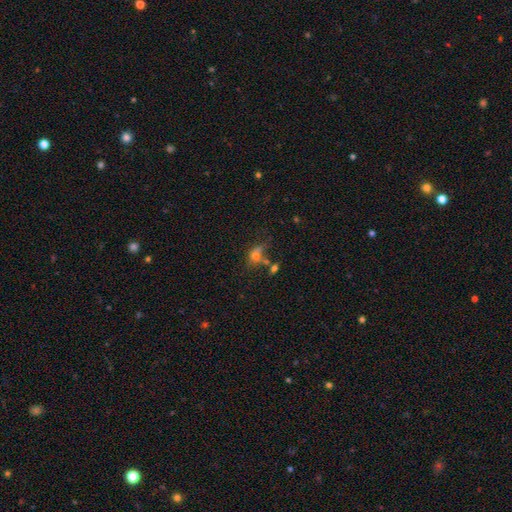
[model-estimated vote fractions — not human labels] A smooth galaxy with no disk features (62%) that is in between round and cigar-shaped (57%).

Vote fractions:
- Smooth or featured? smooth: 62% / featured or disk: 21% / star or artifact: 18%
- How rounded? in between: 57% / round: 40% / cigar-shaped: 4%
- Merging? none: 33% / merger: 29% / major disturbance: 20% / minor disturbance: 18%